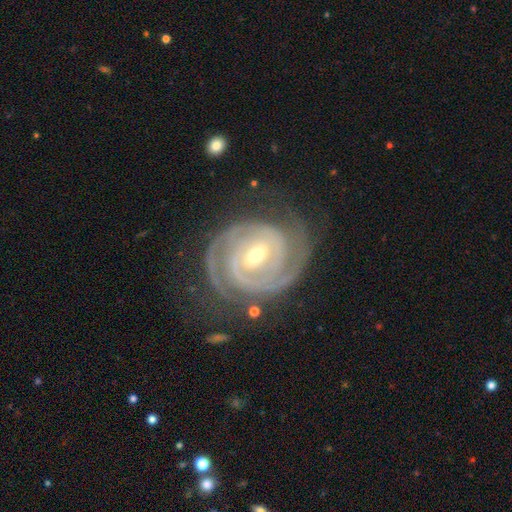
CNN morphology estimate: Overall: featured or disk (92%). Edge-on disk: no (97%). Bar: weak (44%; strong 35%). Spiral arms: yes (98%). Spiral arm count: 2 (66%). Spiral winding: tight (80%). Bulge size: small (57%; moderate 40%). Merging: none (75%).